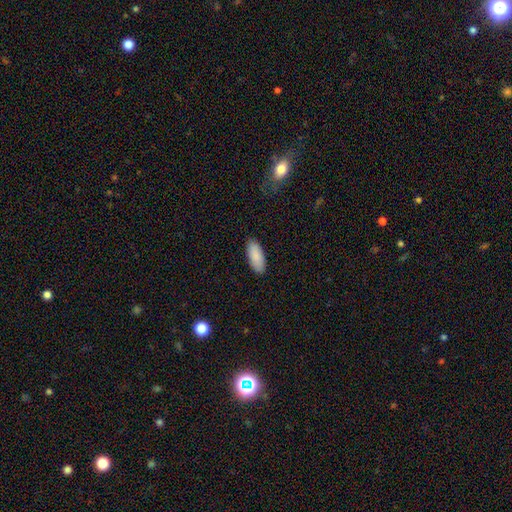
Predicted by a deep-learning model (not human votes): A smooth galaxy with no disk features (90%) that is in between round and cigar-shaped (84%). Merging: none (90%).